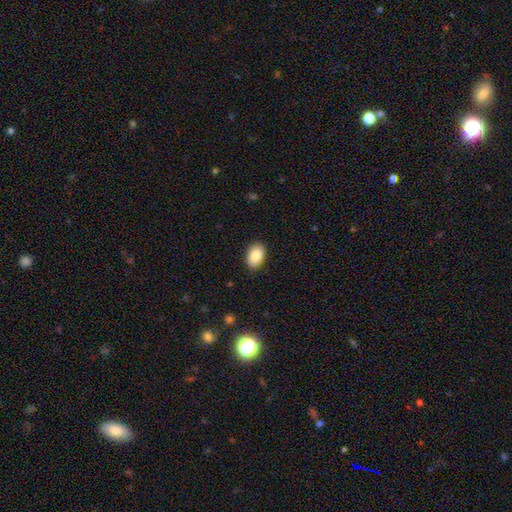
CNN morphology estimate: The model was most divided on "merging": none: 88%, minor disturbance: 9%, major disturbance: 2%, merger: 1%. More confident: how rounded — in between (90%); smooth or featured — smooth (89%).